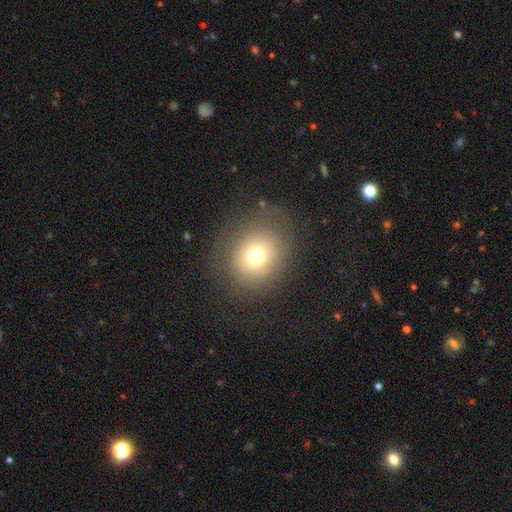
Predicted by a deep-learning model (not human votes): Q: Smooth or featured?
A: smooth (70%); runner-up: featured or disk (15%)
Q: How rounded?
A: round (77%); runner-up: in between (22%)
Q: Merging?
A: none (76%); runner-up: minor disturbance (14%)